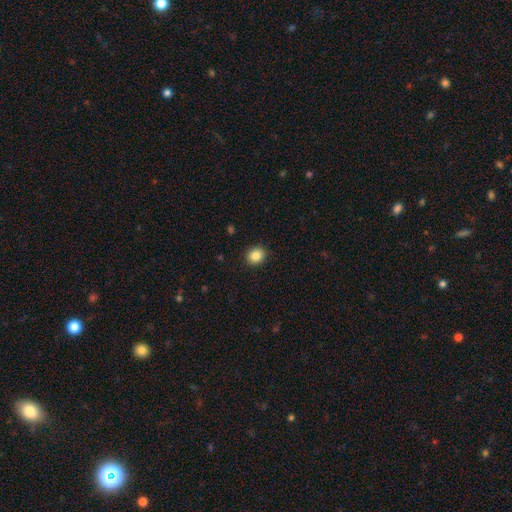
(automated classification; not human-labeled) smooth-or-featured: smooth: 86% | star or artifact: 10% | featured or disk: 5%
  how-rounded: round: 70% | in between: 29% | cigar-shaped: 1%
  merging: none: 91% | minor disturbance: 6% | major disturbance: 2% | merger: 1%